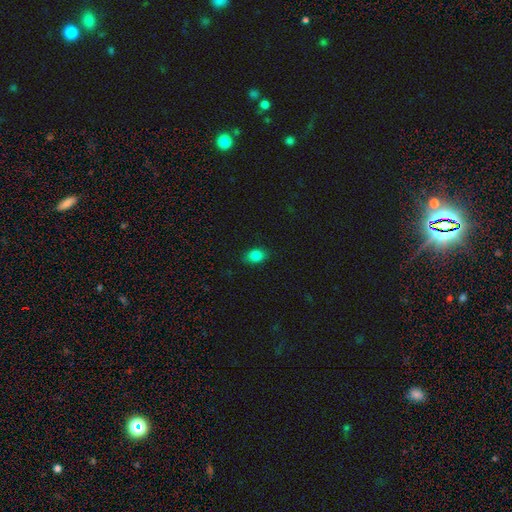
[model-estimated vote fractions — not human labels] smooth-or-featured: smooth: 84% | star or artifact: 10% | featured or disk: 6%
  how-rounded: in between: 72% | round: 27% | cigar-shaped: 1%
  merging: none: 86% | minor disturbance: 11% | major disturbance: 2% | merger: 1%